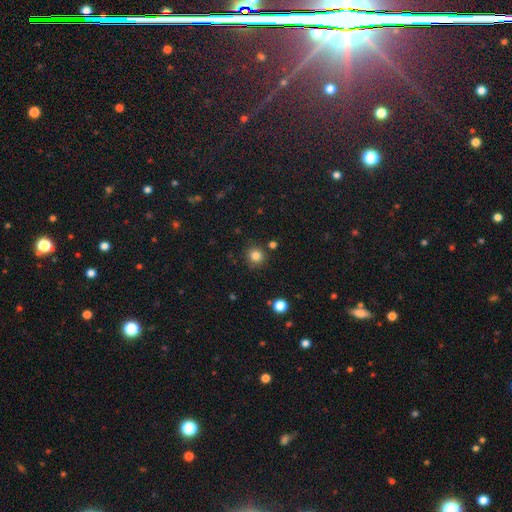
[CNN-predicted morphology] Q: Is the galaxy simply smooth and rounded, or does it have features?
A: smooth — 82%.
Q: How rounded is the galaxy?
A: round — 91%.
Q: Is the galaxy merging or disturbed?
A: none — 86%.